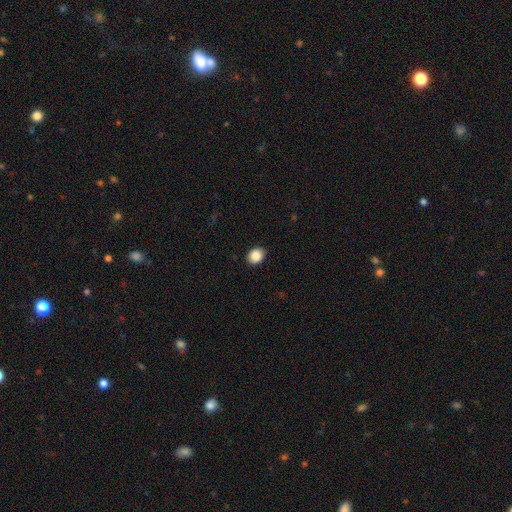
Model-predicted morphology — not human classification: Smooth or featured? smooth (87%)
How rounded? round (53%)
Merging? none (90%)